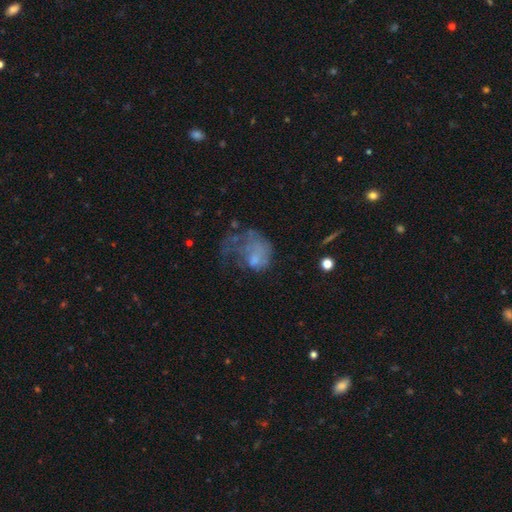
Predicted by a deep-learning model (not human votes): This appears to be a smooth galaxy with no disk features (44%, tied with featured or disk). Merging: major disturbance (60%).